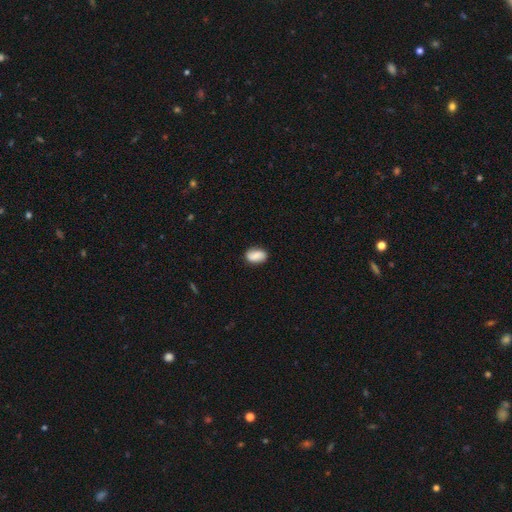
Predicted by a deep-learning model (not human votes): smooth-or-featured: smooth: 81% | featured or disk: 11% | star or artifact: 7%
  how-rounded: in between: 90% | round: 8% | cigar-shaped: 3%
  merging: none: 83% | minor disturbance: 13% | major disturbance: 3% | merger: 1%